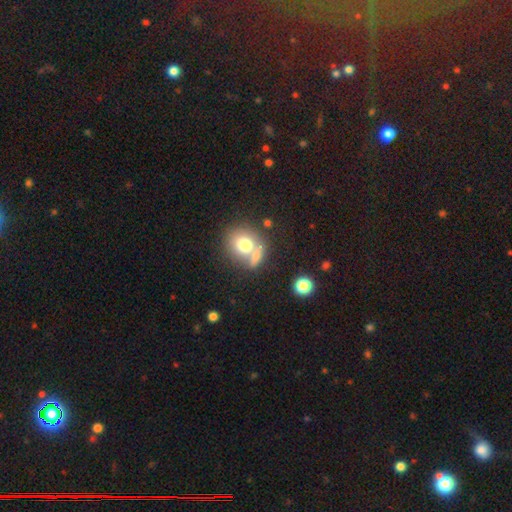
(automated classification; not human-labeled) Smooth or featured?
  - smooth: 71% *
  - featured or disk: 18%
  - star or artifact: 11%
How rounded?
  - round: 74% *
  - in between: 23%
  - cigar-shaped: 3%
Merging?
  - none: 47% *
  - merger: 36%
  - minor disturbance: 11%
  - major disturbance: 6%